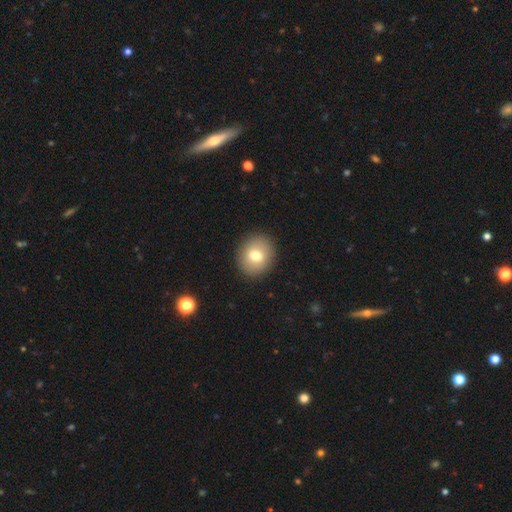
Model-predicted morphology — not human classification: Smooth or featured? Predicted: smooth (p=0.74). How rounded? Predicted: round (p=0.71). Merging? Predicted: none (p=0.90).